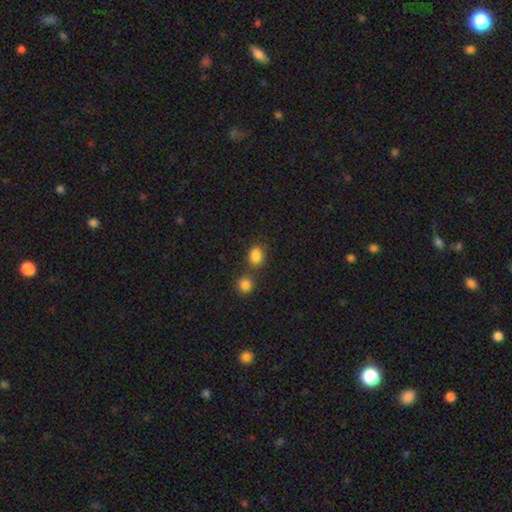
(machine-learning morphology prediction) type=smooth (85%); roundness=in between (57%); merging=none (62%).